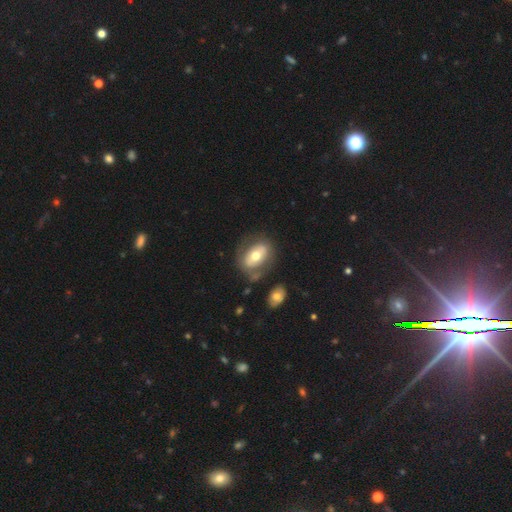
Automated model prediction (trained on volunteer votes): Q: Smooth or featured?
A: smooth (49%); runner-up: featured or disk (45%)
Q: Merging?
A: none (63%); runner-up: minor disturbance (17%)